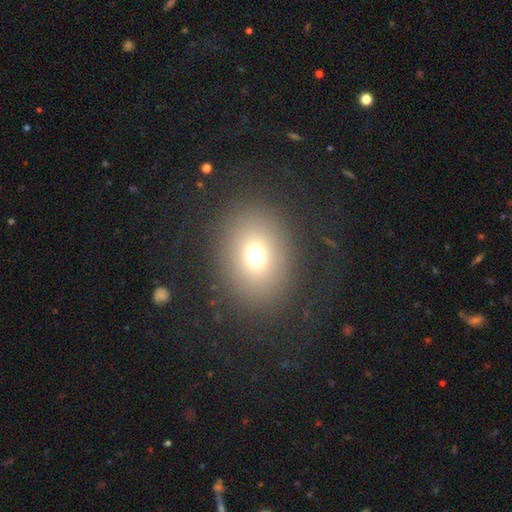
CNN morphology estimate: Smooth or featured? Predicted: smooth (p=0.69). How rounded? Predicted: round (p=0.57). Merging? Predicted: none (p=0.85).